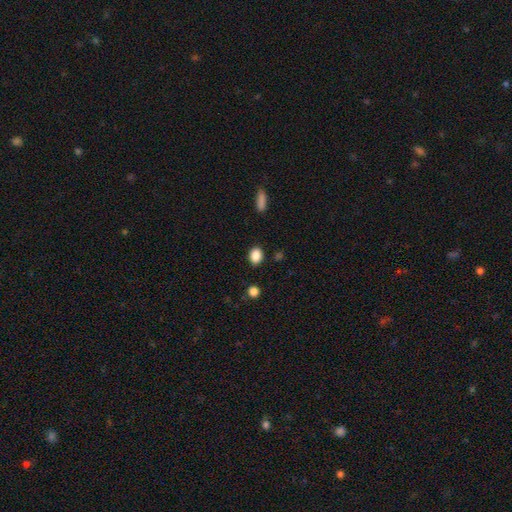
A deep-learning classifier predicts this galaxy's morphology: Smooth or featured: smooth — 88% (star or artifact — 9%)
How rounded: in between — 62% (round — 36%)
Merging: none — 87% (minor disturbance — 9%)